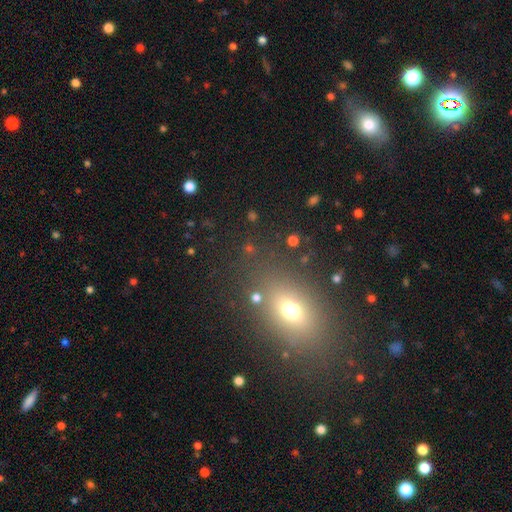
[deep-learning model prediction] smooth_or_featured: smooth (p=0.59) [alt: star or artifact p=0.28]
how_rounded: in between (p=0.67) [alt: round p=0.29]
merging: none (p=0.83) [alt: minor disturbance p=0.09]